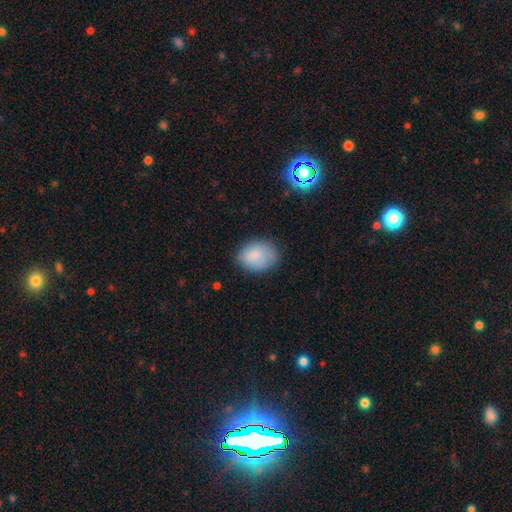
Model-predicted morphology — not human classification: This appears to be a smooth galaxy with no disk features (84%) that is in between round and cigar-shaped (63%). Merging: none (72%).